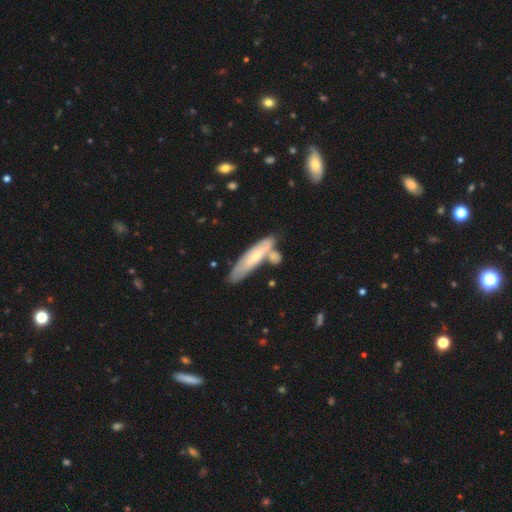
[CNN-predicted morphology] Smooth or featured?
  - smooth: 54% *
  - featured or disk: 41%
  - star or artifact: 6%
How rounded?
  - cigar-shaped: 73% *
  - in between: 26%
  - round: 2%
Merging?
  - none: 51% *
  - merger: 25%
  - minor disturbance: 18%
  - major disturbance: 5%